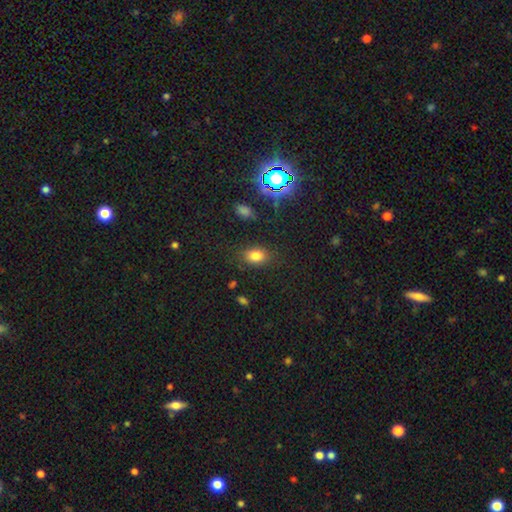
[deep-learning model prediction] Smooth or featured?
  - smooth: 77% *
  - star or artifact: 15%
  - featured or disk: 7%
How rounded?
  - in between: 76% *
  - round: 22%
  - cigar-shaped: 2%
Merging?
  - none: 82% *
  - minor disturbance: 12%
  - major disturbance: 4%
  - merger: 2%